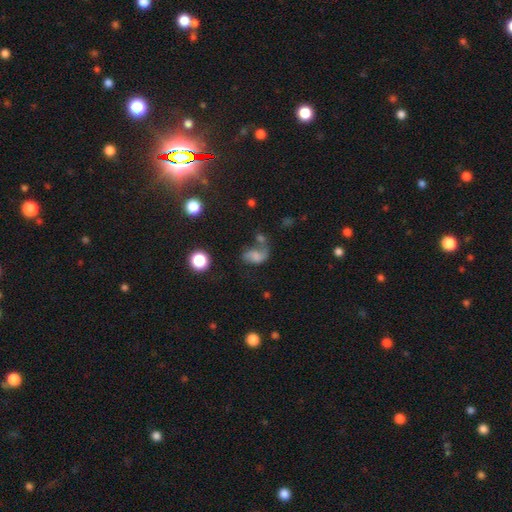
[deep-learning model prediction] smooth_or_featured: smooth (p=0.43) [alt: featured or disk p=0.39]
merging: none (p=0.28) [tied with: merger p=0.28]